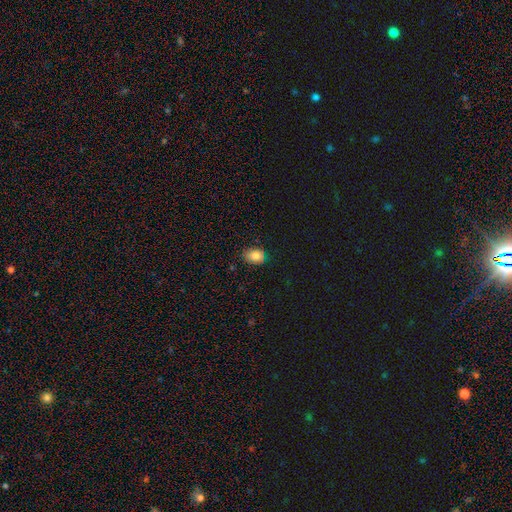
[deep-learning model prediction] Smooth or featured?
  - smooth: 83% *
  - star or artifact: 10%
  - featured or disk: 7%
How rounded?
  - in between: 61% *
  - round: 38%
  - cigar-shaped: 1%
Merging?
  - none: 78% *
  - minor disturbance: 18%
  - major disturbance: 3%
  - merger: 1%